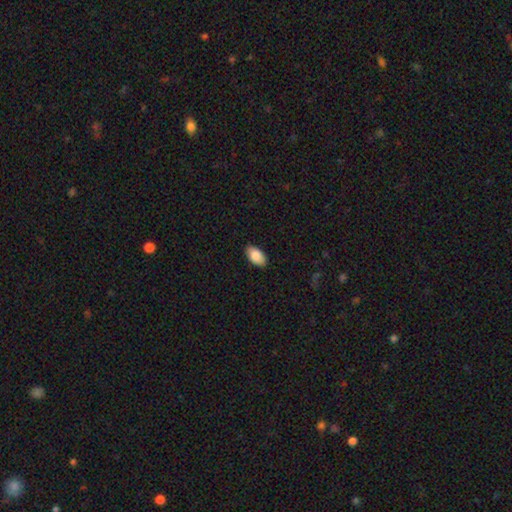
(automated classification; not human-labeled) Smooth or featured? smooth (88%)
How rounded? in between (95%)
Merging? none (88%)